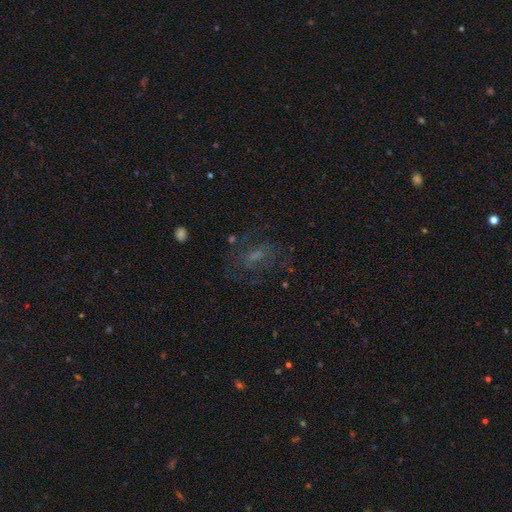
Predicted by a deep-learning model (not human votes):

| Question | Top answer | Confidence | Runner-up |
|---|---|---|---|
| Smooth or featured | featured or disk | 44% | smooth (34%) |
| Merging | none | 60% | major disturbance (20%) |